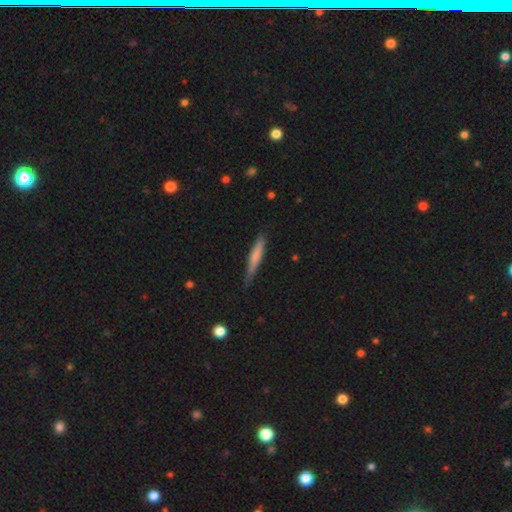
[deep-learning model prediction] smooth_or_featured: smooth (p=0.67) [alt: featured or disk p=0.28]
how_rounded: cigar-shaped (p=0.92) [alt: in between p=0.06]
merging: none (p=0.70) [alt: minor disturbance p=0.25]